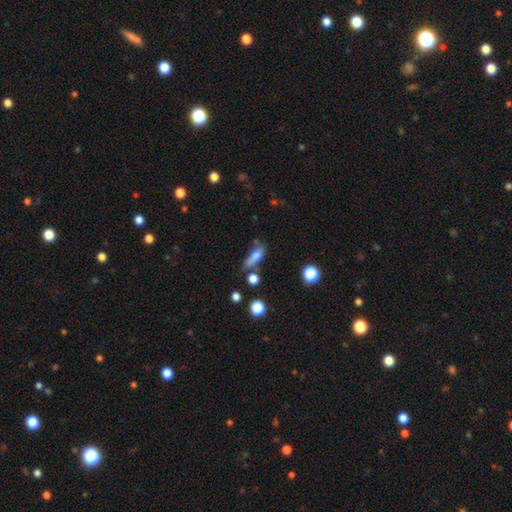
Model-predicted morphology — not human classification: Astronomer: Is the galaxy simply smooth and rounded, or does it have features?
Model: smooth — 70%.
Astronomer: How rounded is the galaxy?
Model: in between — 60%.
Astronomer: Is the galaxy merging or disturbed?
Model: none — 40% (runner-up: minor disturbance, 28%).